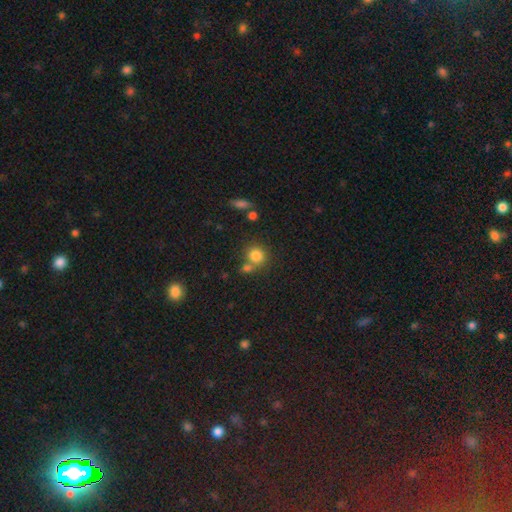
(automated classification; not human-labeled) This appears to be a smooth galaxy with no disk features (81%) that is round (81%). Merging: none (55%).